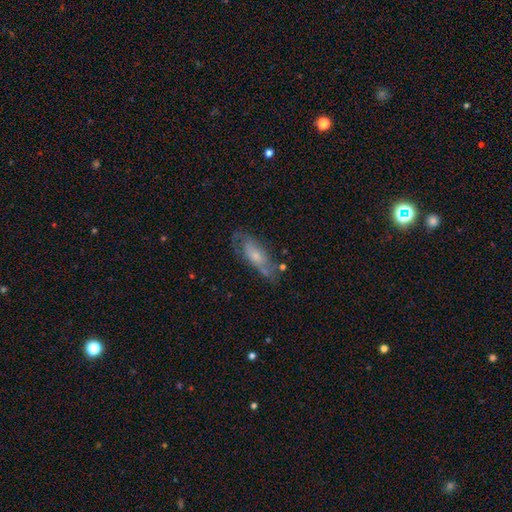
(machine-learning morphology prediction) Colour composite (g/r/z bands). It shows a featured or disk galaxy (56%). Merging: none (62%).